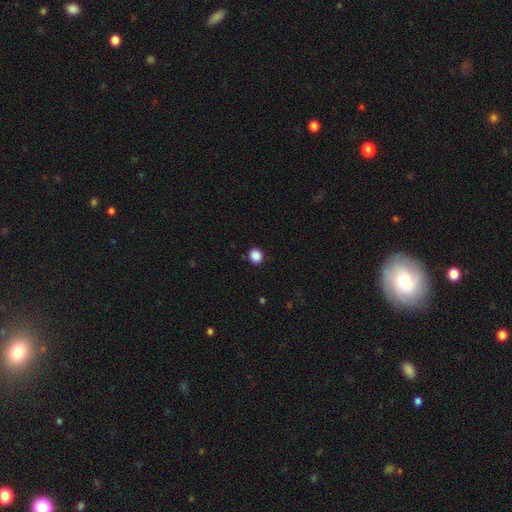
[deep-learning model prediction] The model was most divided on "how rounded": round: 81%, in between: 18%, cigar-shaped: 1%. More confident: merging — none (90%); smooth or featured — smooth (88%).